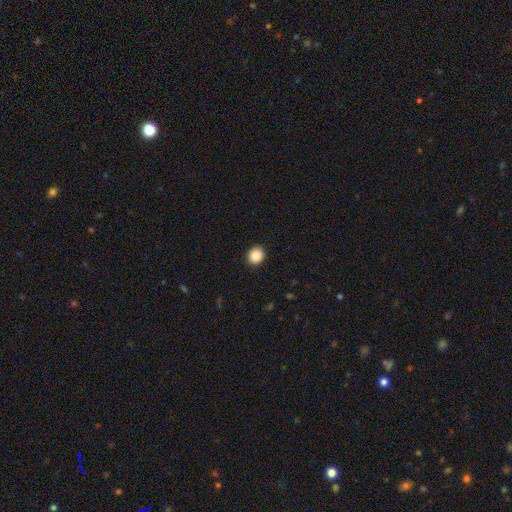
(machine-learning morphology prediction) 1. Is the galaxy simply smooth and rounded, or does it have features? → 88% smooth, 9% star or artifact, 2% featured or disk.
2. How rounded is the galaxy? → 83% round, 16% in between, 1% cigar-shaped.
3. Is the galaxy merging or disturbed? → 91% none, 7% minor disturbance, 2% major disturbance, 1% merger.